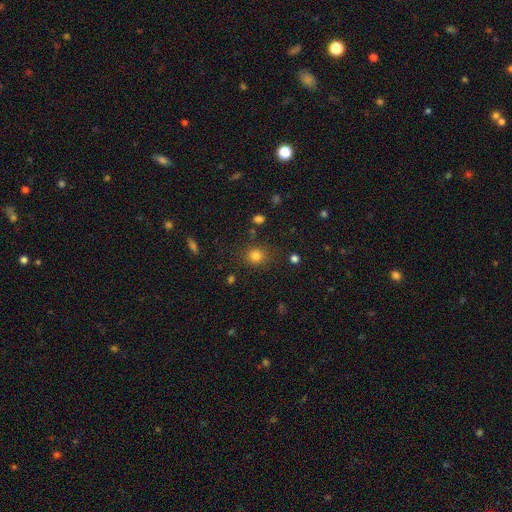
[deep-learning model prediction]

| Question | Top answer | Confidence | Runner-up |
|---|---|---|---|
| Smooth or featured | smooth | 81% | star or artifact (14%) |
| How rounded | round | 83% | in between (16%) |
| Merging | none | 82% | minor disturbance (10%) |